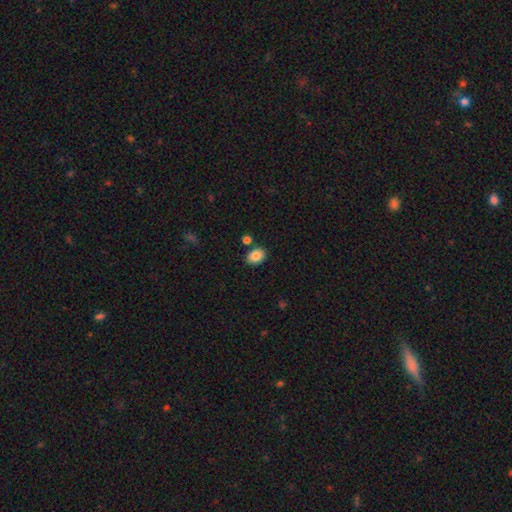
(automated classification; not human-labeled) smooth_or_featured: smooth (p=0.86) [alt: star or artifact p=0.08]
how_rounded: in between (p=0.66) [alt: round p=0.33]
merging: none (p=0.80) [alt: minor disturbance p=0.10]